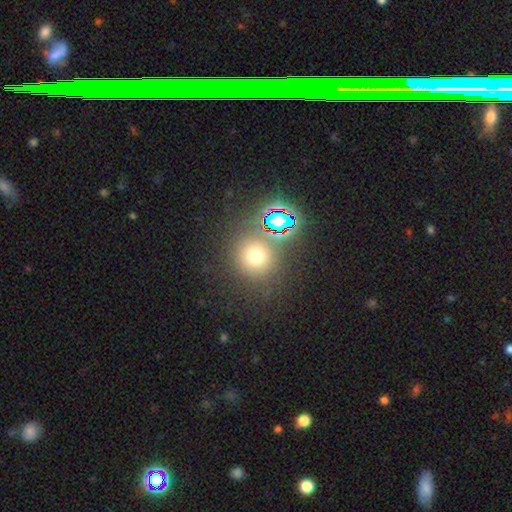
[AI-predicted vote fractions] Smooth or featured: smooth — 63% (star or artifact — 28%)
How rounded: round — 91% (in between — 8%)
Merging: none — 79% (minor disturbance — 8%)